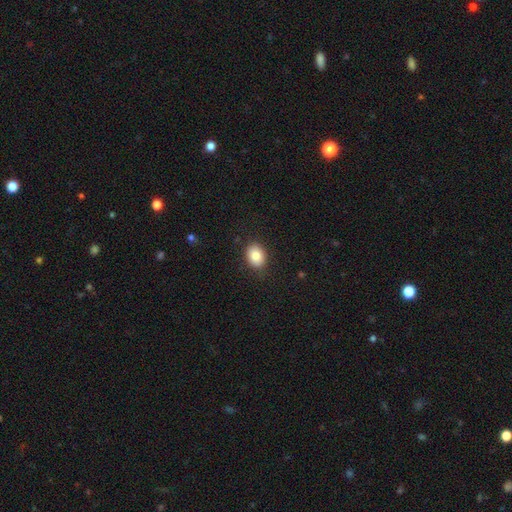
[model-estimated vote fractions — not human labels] A smooth galaxy with no disk features (83%) that is in between round and cigar-shaped (64%). Merging: none (86%).